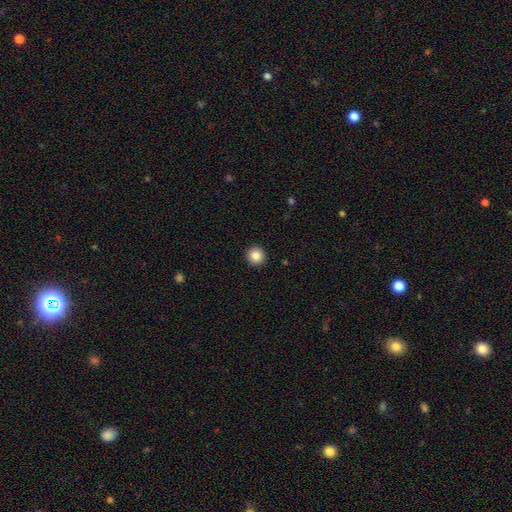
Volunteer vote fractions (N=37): This is clearly a smooth galaxy (86%). How rounded: clearly round (94%). Merging: clearly none (83%).